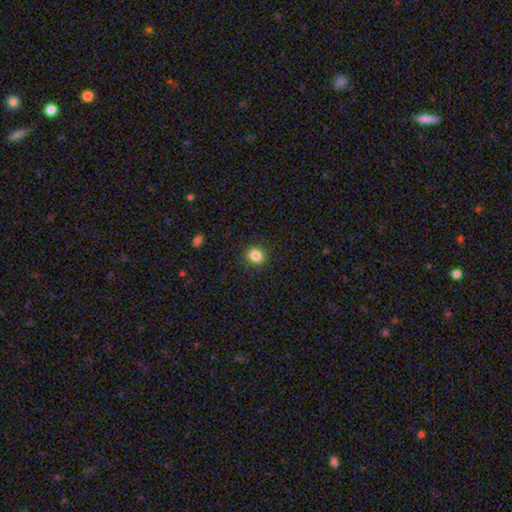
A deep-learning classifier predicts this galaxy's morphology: Q: Smooth or featured?
A: smooth (85%); runner-up: star or artifact (10%)
Q: How rounded?
A: round (72%); runner-up: in between (27%)
Q: Merging?
A: none (90%); runner-up: minor disturbance (6%)